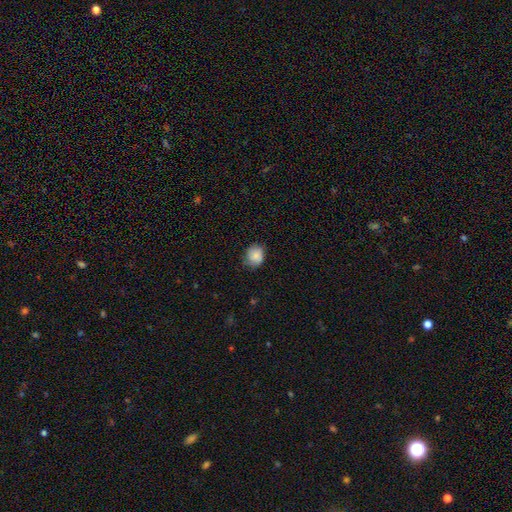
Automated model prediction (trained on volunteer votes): Smooth or featured: smooth — 83% (featured or disk — 9%)
How rounded: round — 71% (in between — 28%)
Merging: none — 71% (minor disturbance — 23%)